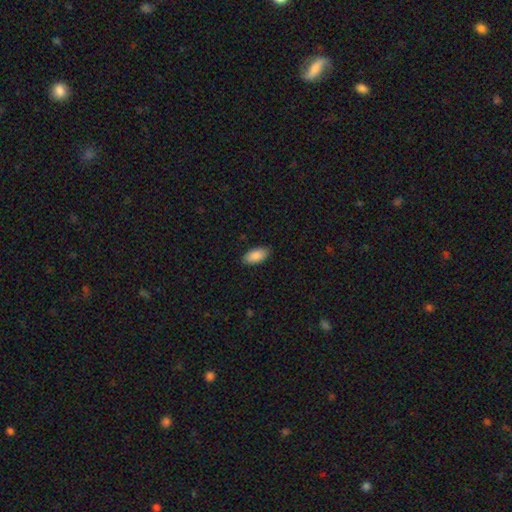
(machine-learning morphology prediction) A smooth galaxy with no disk features (89%) that is in between round and cigar-shaped (94%).

Vote fractions:
- Smooth or featured? smooth: 89% / star or artifact: 6% / featured or disk: 5%
- How rounded? in between: 94% / cigar-shaped: 4% / round: 2%
- Merging? none: 87% / minor disturbance: 10% / major disturbance: 2% / merger: 1%